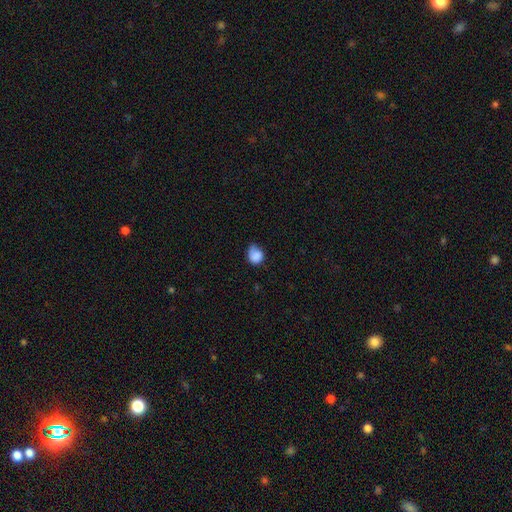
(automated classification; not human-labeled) Smooth or featured? smooth (84%)
How rounded? round (67%)
Merging? minor disturbance (42%)